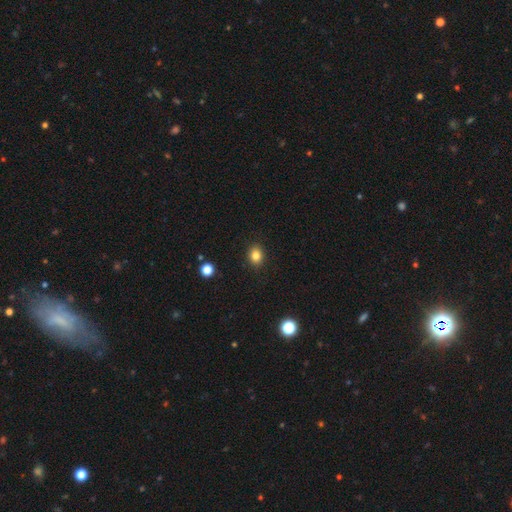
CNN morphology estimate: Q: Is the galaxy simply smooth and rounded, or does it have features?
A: smooth — 84%.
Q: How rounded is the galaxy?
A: round — 52%.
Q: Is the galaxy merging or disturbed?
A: none — 90%.